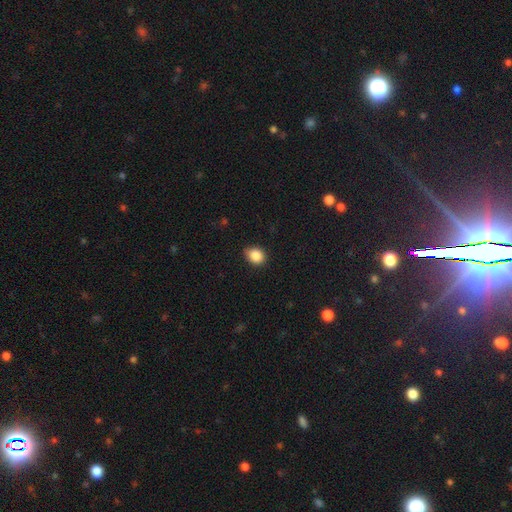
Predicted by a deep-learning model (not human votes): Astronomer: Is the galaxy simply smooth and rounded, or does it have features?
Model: smooth — 87%.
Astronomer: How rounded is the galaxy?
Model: round — 60% (runner-up: in between, 39%).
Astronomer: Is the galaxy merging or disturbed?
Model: none — 77%.